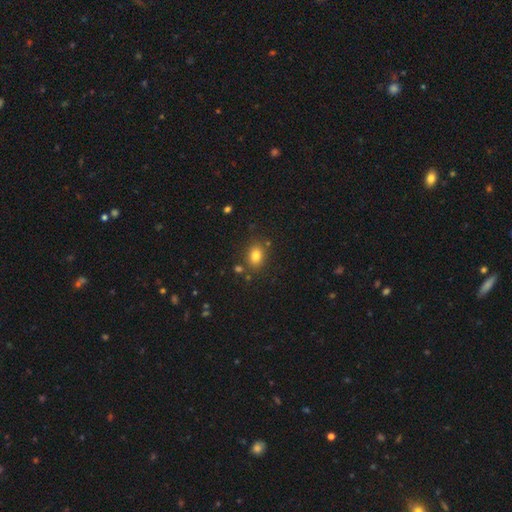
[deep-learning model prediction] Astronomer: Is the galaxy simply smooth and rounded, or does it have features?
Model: smooth — 80%.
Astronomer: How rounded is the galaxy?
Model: in between — 64%.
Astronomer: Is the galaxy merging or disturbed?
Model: none — 80%.